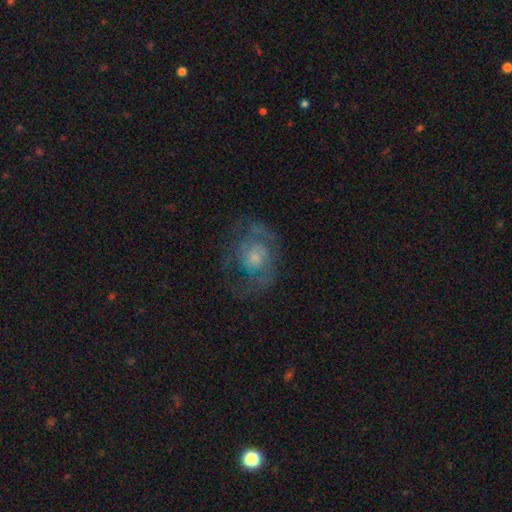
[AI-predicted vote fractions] Smooth or featured? Predicted: featured or disk (p=0.65). Edge-on disk? Predicted: no (p=0.97). Bar? Predicted: no (p=0.79). Spiral arms? Predicted: yes (p=0.63). Bulge size? Predicted: moderate (p=0.44). Merging? Predicted: none (p=0.55).